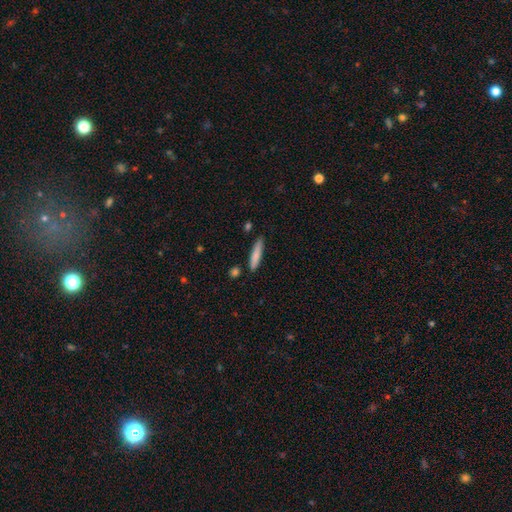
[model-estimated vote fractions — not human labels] smooth-or-featured: smooth: 80% | featured or disk: 14% | star or artifact: 6%
  how-rounded: cigar-shaped: 87% | in between: 12% | round: 1%
  merging: none: 84% | minor disturbance: 11% | merger: 3% | major disturbance: 2%